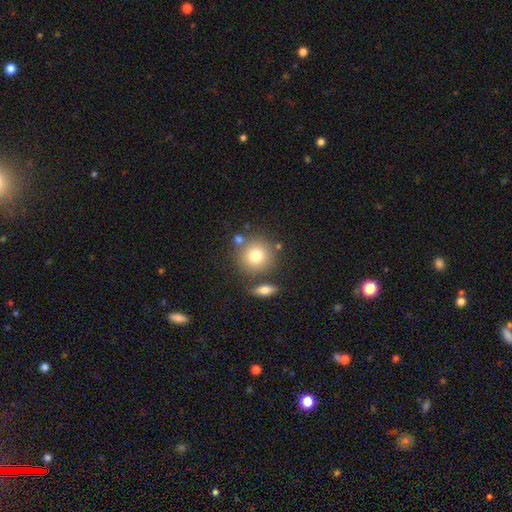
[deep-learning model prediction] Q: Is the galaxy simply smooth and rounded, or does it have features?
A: smooth — 78%.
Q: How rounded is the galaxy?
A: round — 91%.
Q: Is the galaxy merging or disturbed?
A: none — 75%.